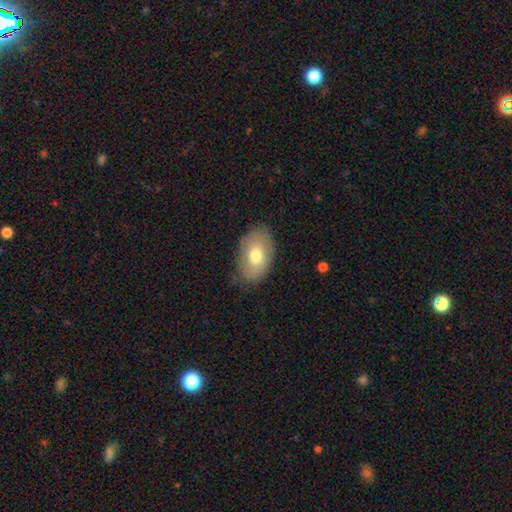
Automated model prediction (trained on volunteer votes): A smooth galaxy with no disk features (70%) that is in between round and cigar-shaped (90%). Merging: none (77%).